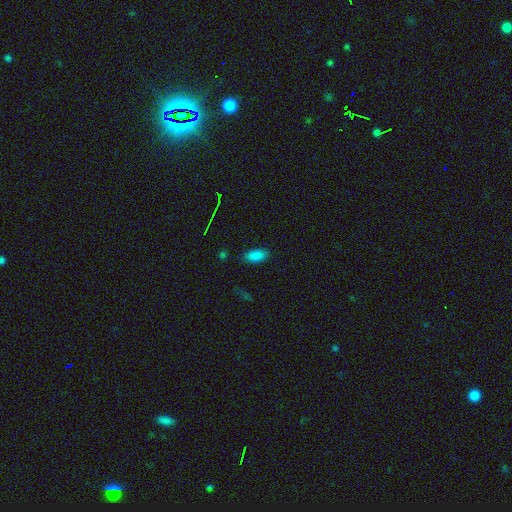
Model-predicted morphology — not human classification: This is clearly a smooth galaxy (83%). How rounded: clearly in between (91%). Merging: clearly none (84%).